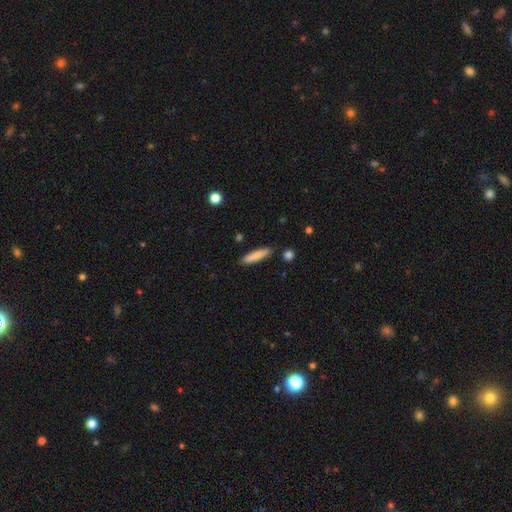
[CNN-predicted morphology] A smooth galaxy with no disk features (80%) that is cigar-shaped (87%). Merging: none (88%).